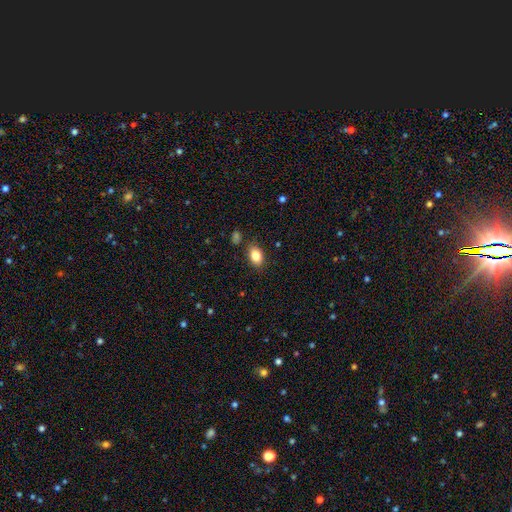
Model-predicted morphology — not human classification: Smooth or featured?
  - smooth: 84% *
  - star or artifact: 9%
  - featured or disk: 7%
How rounded?
  - in between: 86% *
  - round: 13%
  - cigar-shaped: 2%
Merging?
  - none: 83% *
  - minor disturbance: 12%
  - major disturbance: 3%
  - merger: 3%